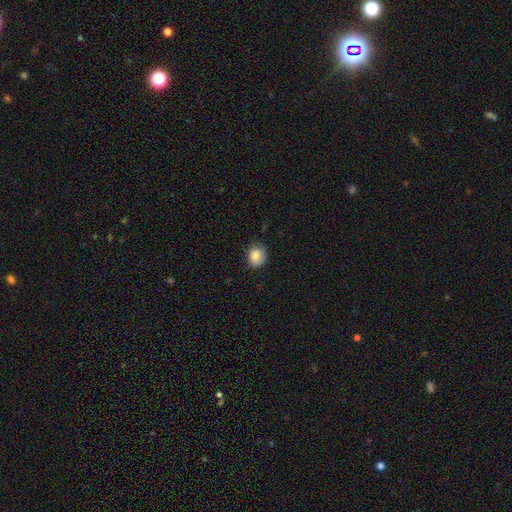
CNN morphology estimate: Overall: smooth (86%). How rounded: round (59%; in between 40%). Merging: none (71%).